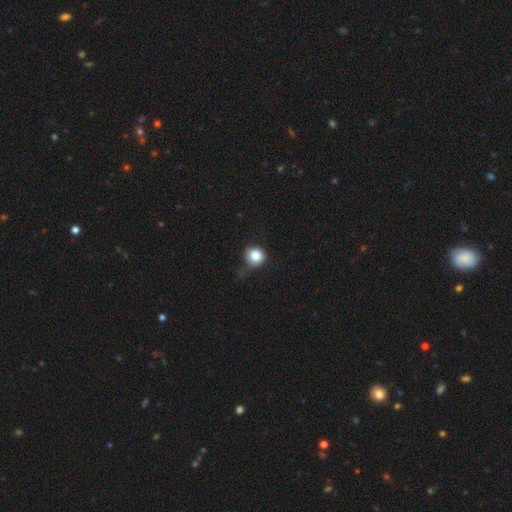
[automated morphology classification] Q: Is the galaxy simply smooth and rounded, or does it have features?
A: smooth — 82%.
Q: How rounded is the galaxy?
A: round — 89%.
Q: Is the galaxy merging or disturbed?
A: none — 58%.